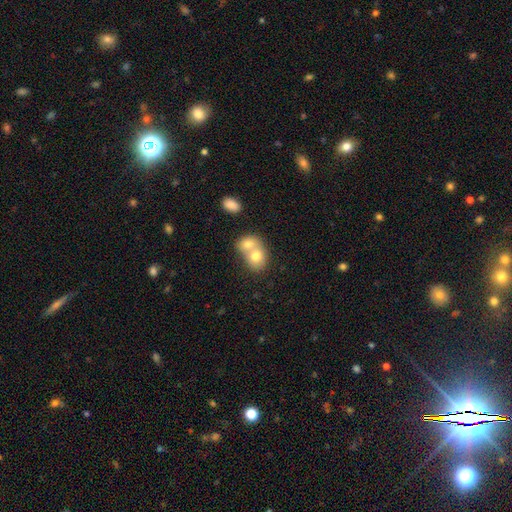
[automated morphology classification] smooth_or_featured: smooth (p=0.70) [alt: featured or disk p=0.21]
how_rounded: round (p=0.55) [alt: in between p=0.44]
merging: merger (p=0.74) [alt: none p=0.19]